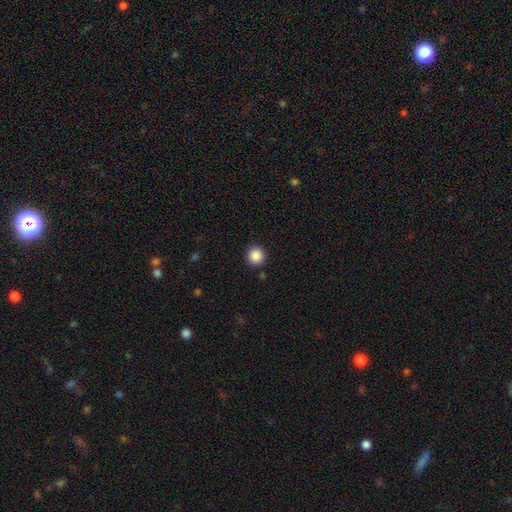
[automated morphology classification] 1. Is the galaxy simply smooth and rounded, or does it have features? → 87% smooth, 10% star or artifact, 3% featured or disk.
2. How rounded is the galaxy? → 94% round, 5% in between, 1% cigar-shaped.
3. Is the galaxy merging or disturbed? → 91% none, 5% minor disturbance, 2% major disturbance, 1% merger.